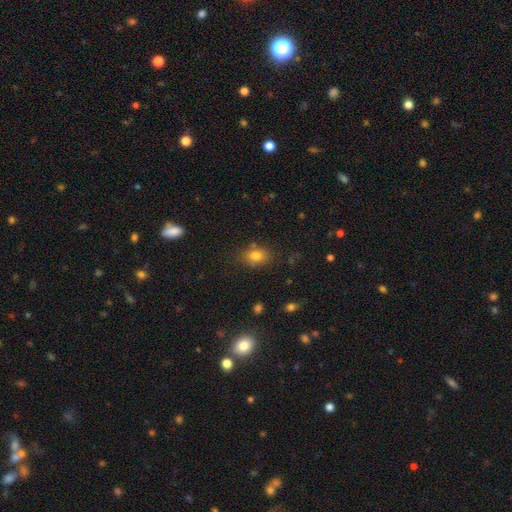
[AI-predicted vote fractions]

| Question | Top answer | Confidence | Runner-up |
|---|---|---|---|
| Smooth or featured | smooth | 80% | star or artifact (12%) |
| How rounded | in between | 61% | round (38%) |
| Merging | none | 77% | minor disturbance (15%) |